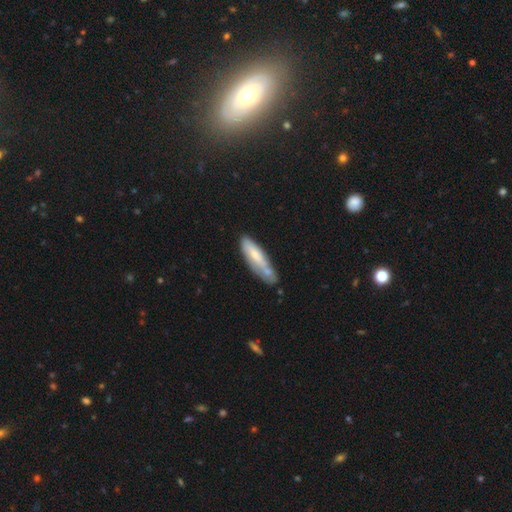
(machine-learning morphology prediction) Overall: smooth (56%; featured or disk 37%). How rounded: cigar-shaped (65%; in between 33%). Merging: none (49%; minor disturbance 28%).